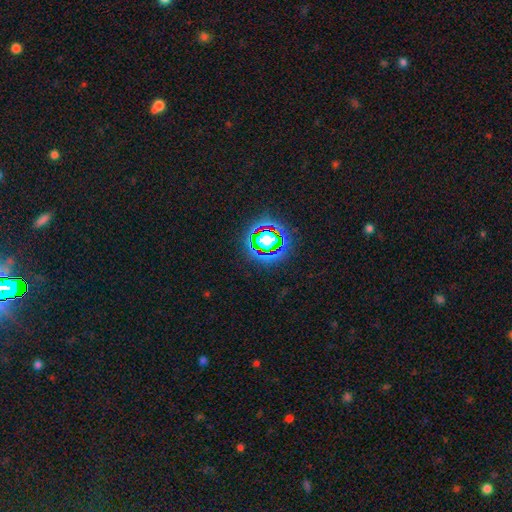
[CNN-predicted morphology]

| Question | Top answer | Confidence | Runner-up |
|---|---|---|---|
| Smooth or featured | star or artifact | 82% | smooth (11%) |